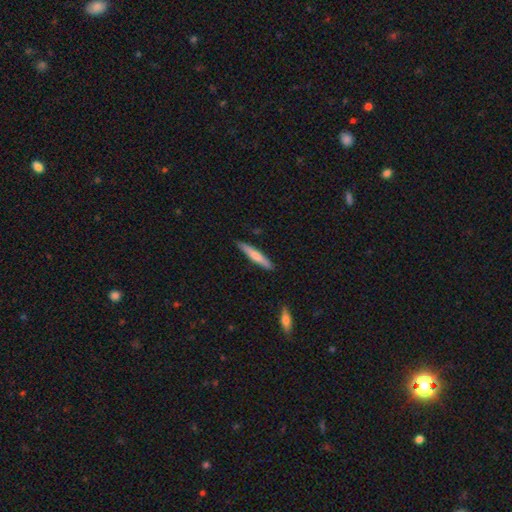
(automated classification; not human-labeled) Q: Smooth or featured?
A: smooth (63%); runner-up: featured or disk (32%)
Q: How rounded?
A: cigar-shaped (92%); runner-up: in between (6%)
Q: Merging?
A: none (88%); runner-up: minor disturbance (9%)